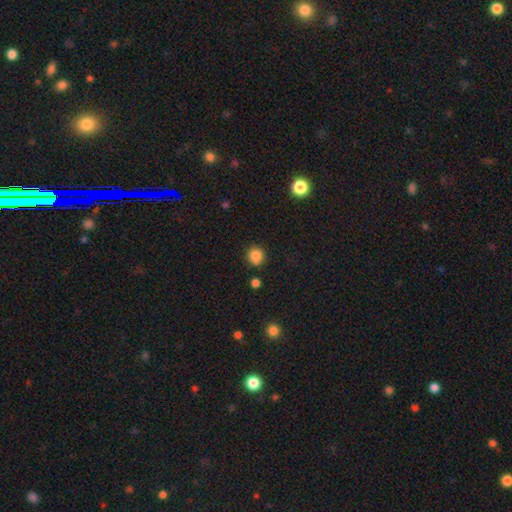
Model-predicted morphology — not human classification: A smooth galaxy with no disk features (85%) that is round (88%).

Vote fractions:
- Smooth or featured? smooth: 85% / star or artifact: 11% / featured or disk: 4%
- How rounded? round: 88% / in between: 11% / cigar-shaped: 1%
- Merging? none: 83% / minor disturbance: 11% / merger: 3% / major disturbance: 3%